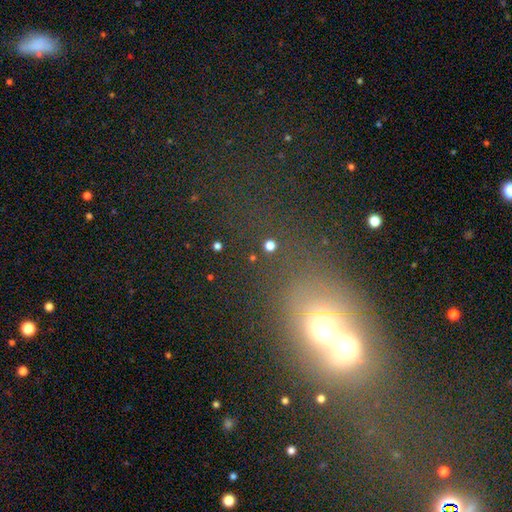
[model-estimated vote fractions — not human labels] A smooth galaxy with no disk features (45%). Merging: merger (75%).